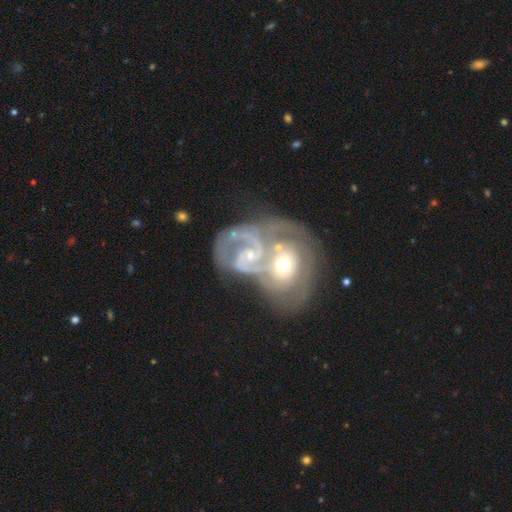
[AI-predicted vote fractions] Overall: featured or disk (85%). Edge-on disk: no (97%). Bar: no (54%; weak 33%). Spiral arms: yes (93%). Spiral arm count: 2 (70%). Spiral winding: medium (46%; tight 41%). Bulge size: small (49%; moderate 45%). Merging: merger (72%).